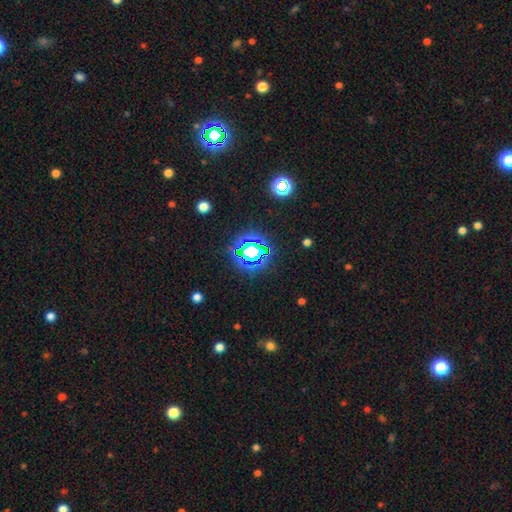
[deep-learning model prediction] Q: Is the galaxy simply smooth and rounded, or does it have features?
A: star or artifact — 71%.